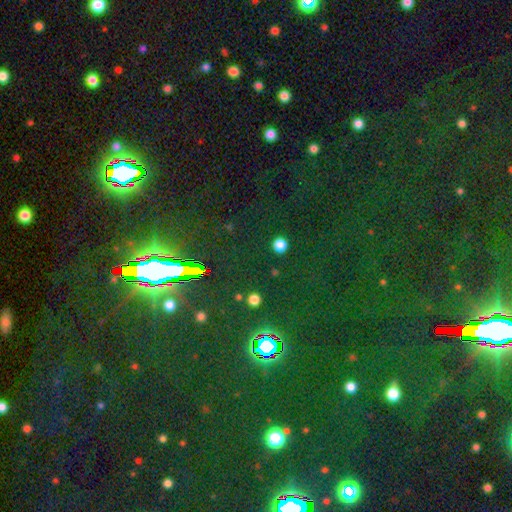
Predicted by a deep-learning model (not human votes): Smooth or featured: star or artifact — 76% (smooth — 15%)